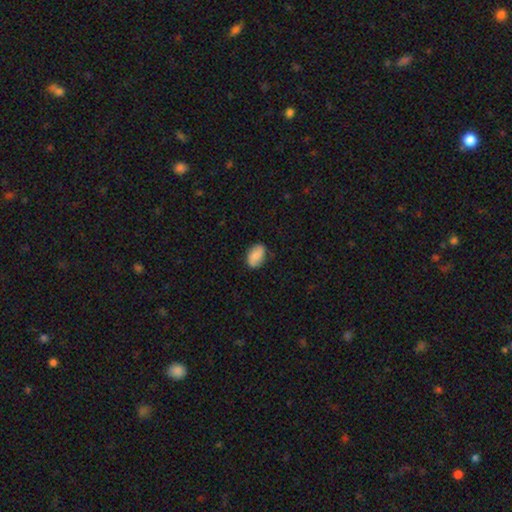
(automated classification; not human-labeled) This appears to be a smooth galaxy with no disk features (70%) that is in between round and cigar-shaped (87%). Merging: none (79%).